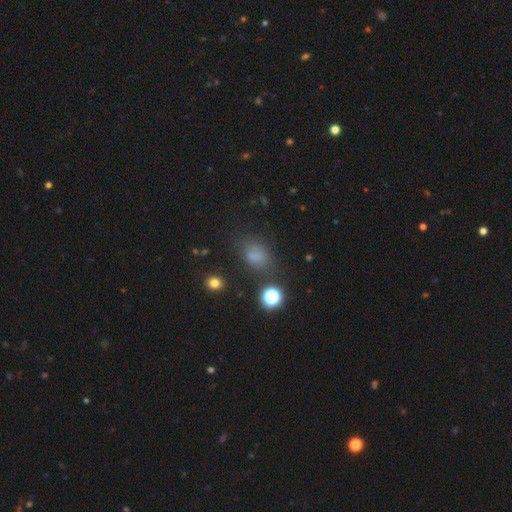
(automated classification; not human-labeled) Morphology: type=smooth (66%); roundness=in between (72%); merging=none (62%).